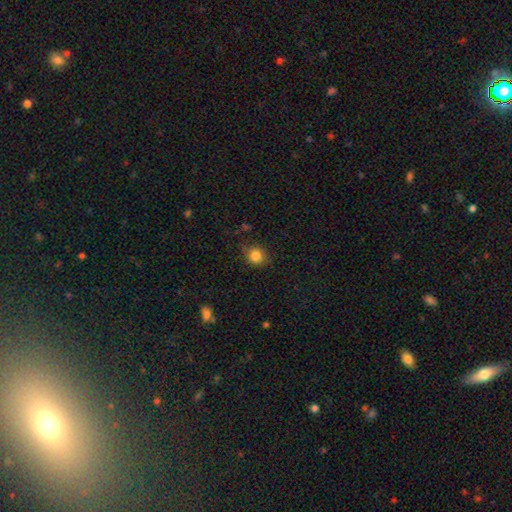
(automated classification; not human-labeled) Smooth or featured? smooth (84%)
How rounded? round (83%)
Merging? none (81%)